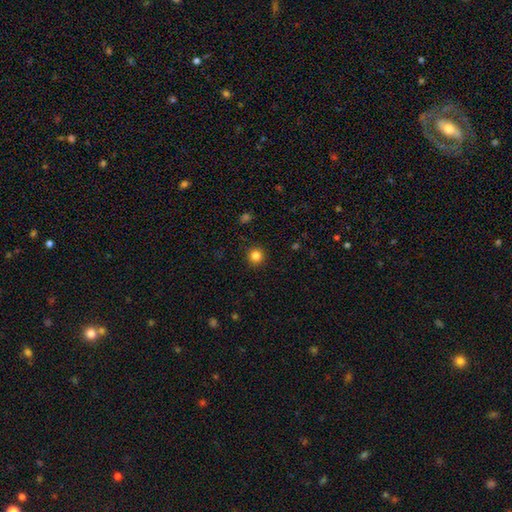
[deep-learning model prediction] A smooth galaxy with no disk features (84%) that is round (94%). Merging: none (91%).